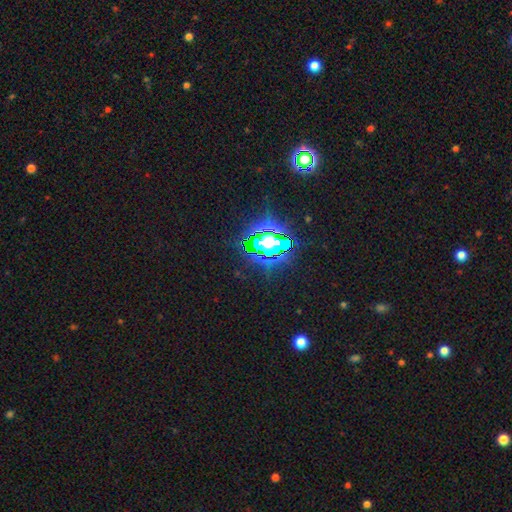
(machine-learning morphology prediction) Overall: star or artifact (76%).